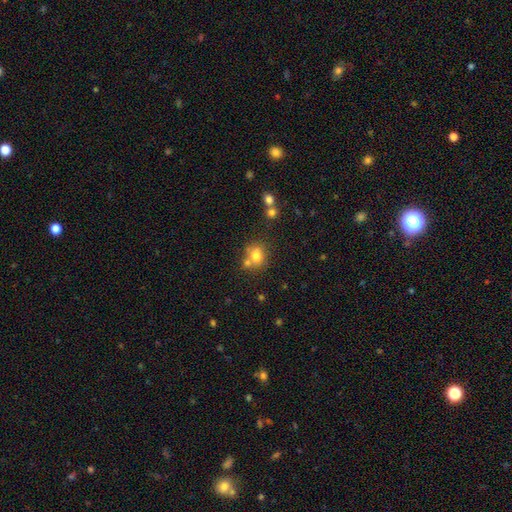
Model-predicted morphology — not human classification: Smooth or featured?
  - smooth: 73% *
  - star or artifact: 14%
  - featured or disk: 13%
How rounded?
  - round: 71% *
  - in between: 28%
  - cigar-shaped: 1%
Merging?
  - none: 56% *
  - merger: 26%
  - minor disturbance: 13%
  - major disturbance: 5%